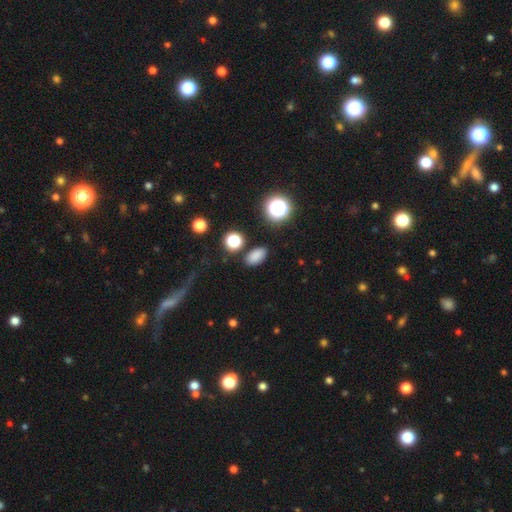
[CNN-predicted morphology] Smooth or featured? smooth (80%)
How rounded? in between (86%)
Merging? none (85%)